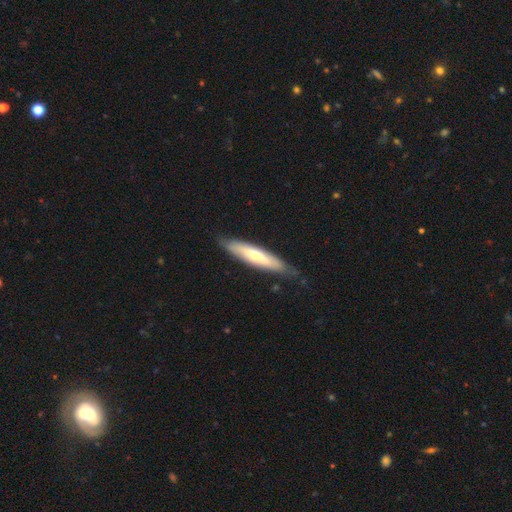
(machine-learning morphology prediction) Smooth or featured?
  - smooth: 49% *
  - featured or disk: 45%
  - star or artifact: 6%
Merging?
  - none: 78% *
  - minor disturbance: 17%
  - major disturbance: 3%
  - merger: 1%